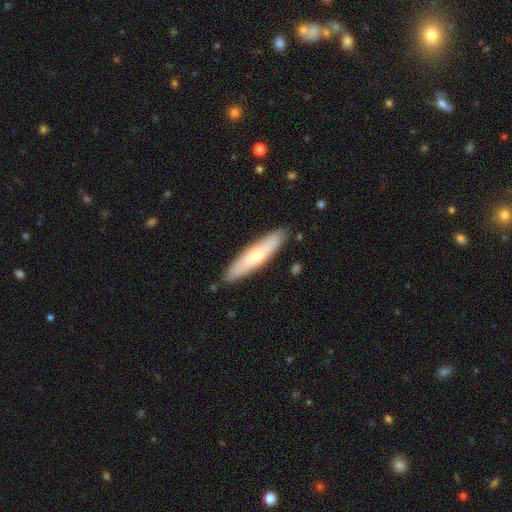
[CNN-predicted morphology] Smooth or featured?
  - smooth: 58% *
  - featured or disk: 37%
  - star or artifact: 5%
How rounded?
  - cigar-shaped: 78% *
  - in between: 21%
  - round: 1%
Merging?
  - none: 87% *
  - minor disturbance: 9%
  - major disturbance: 2%
  - merger: 1%